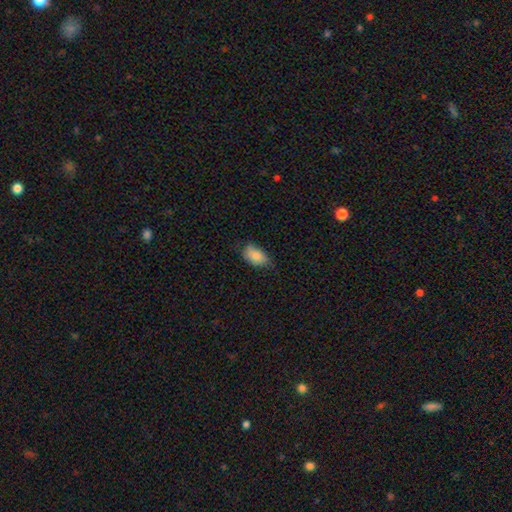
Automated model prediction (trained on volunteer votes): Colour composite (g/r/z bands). It shows a smooth galaxy with no disk features (85%) that is in between round and cigar-shaped (92%). Merging: none (60%).